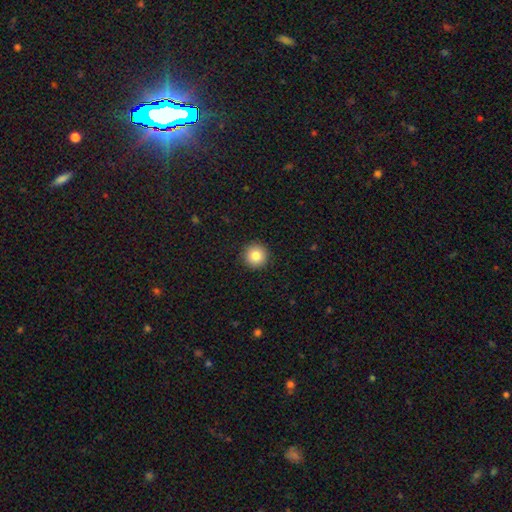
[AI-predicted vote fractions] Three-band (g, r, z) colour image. It shows a smooth galaxy with no disk features (82%) that is round (96%). Merging: none (93%).